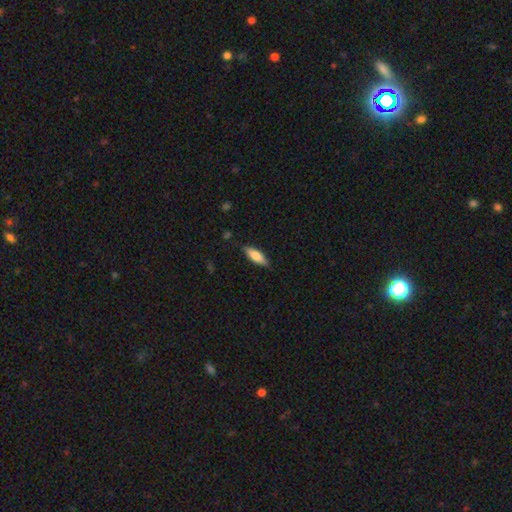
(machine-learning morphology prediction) type=smooth (76%); roundness=in between (59%); merging=none (84%).